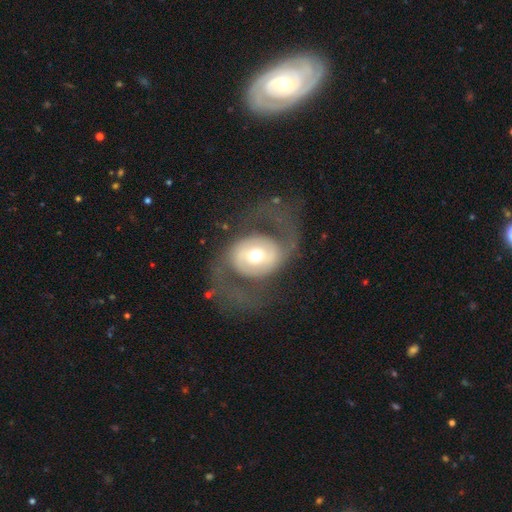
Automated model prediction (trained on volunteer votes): A featured or disk galaxy (80%) with no bar (51%), 2 (90%) medium (46%) spiral arms (79%) and a moderate central bulge (69%). Merging: none (66%).